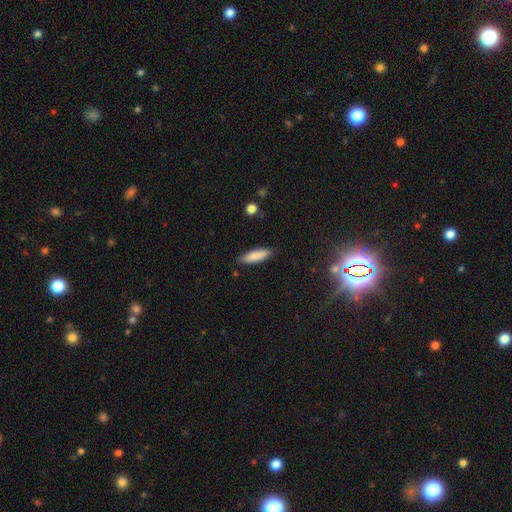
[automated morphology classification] Smooth or featured?
  - smooth: 85% *
  - featured or disk: 9%
  - star or artifact: 6%
How rounded?
  - cigar-shaped: 59% *
  - in between: 40%
  - round: 2%
Merging?
  - none: 86% *
  - minor disturbance: 11%
  - major disturbance: 2%
  - merger: 1%